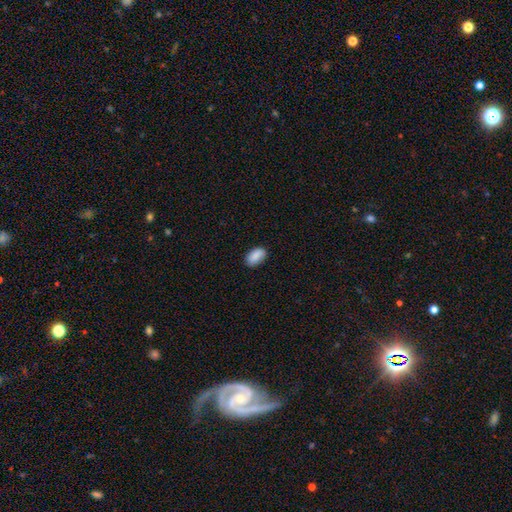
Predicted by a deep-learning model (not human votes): Smooth or featured? Predicted: smooth (p=0.88). How rounded? Predicted: in between (p=0.92). Merging? Predicted: none (p=0.82).